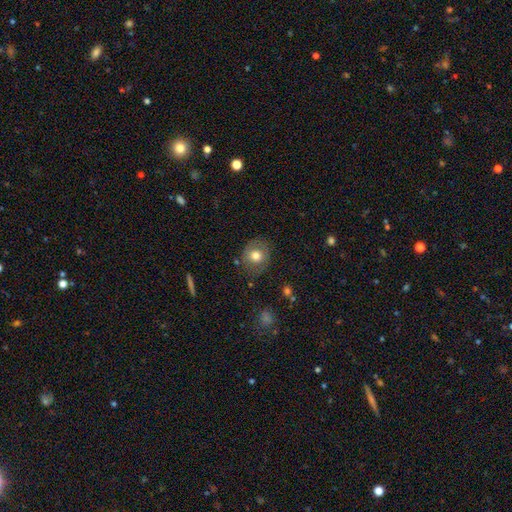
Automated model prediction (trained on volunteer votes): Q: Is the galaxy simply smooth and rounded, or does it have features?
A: smooth — 69%.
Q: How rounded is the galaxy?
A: round — 77%.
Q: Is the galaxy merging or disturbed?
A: none — 77%.